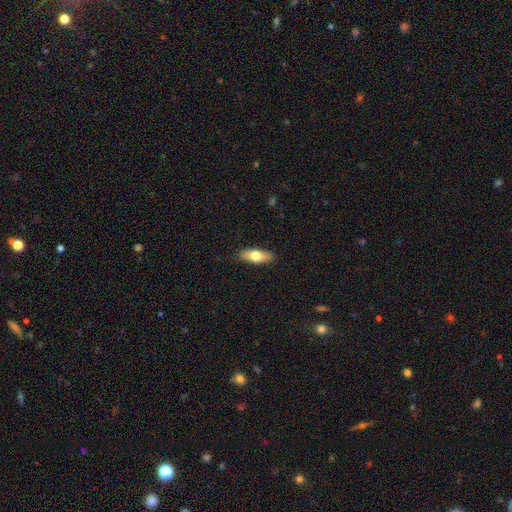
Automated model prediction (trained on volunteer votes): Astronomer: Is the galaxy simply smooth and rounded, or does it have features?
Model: smooth — 68%.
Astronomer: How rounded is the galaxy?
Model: in between — 67%.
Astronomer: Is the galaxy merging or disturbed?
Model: none — 87%.